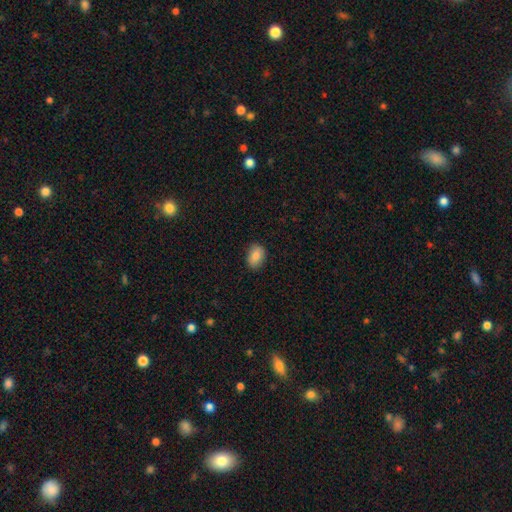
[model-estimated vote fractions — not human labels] smooth 84%, featured or disk 8%, star or artifact 8%. Down the decision tree: how rounded — in between (81%); merging — none (86%).